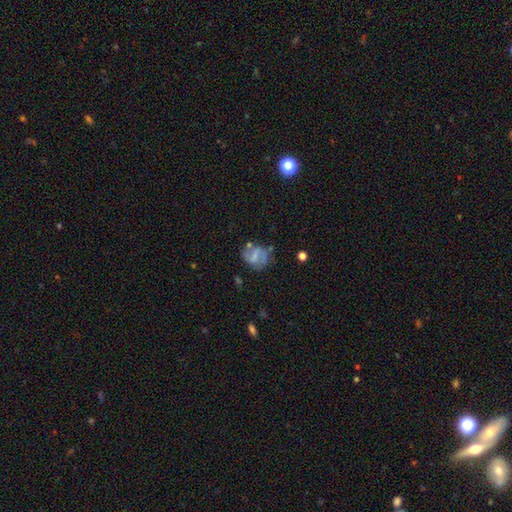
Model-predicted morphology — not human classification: A featured or disk galaxy (68%) with a weak bar (49%), 2 (86%) medium (48%) spiral arms (87%) and a small central bulge (39%, tied with none).

Vote fractions:
- Smooth or featured? featured or disk: 68% / smooth: 24% / star or artifact: 8%
- Edge-on disk? no: 98% / yes: 2%
- Bar? weak: 49% / strong: 30% / no: 21%
- Spiral arms? yes: 87% / no: 13%
- Spiral winding? medium: 48% / loose: 32% / tight: 20%
- Spiral arm count? 2: 86% / can't tell: 7% / 1: 3% / 3: 1% / 4: 1% / more than 4: 1%
- Bulge size? small: 39% (tied) / none: 39% (tied) / moderate: 19% / large: 3% / dominant: 1%
- Merging? none: 65% / minor disturbance: 20% / major disturbance: 9% / merger: 5%